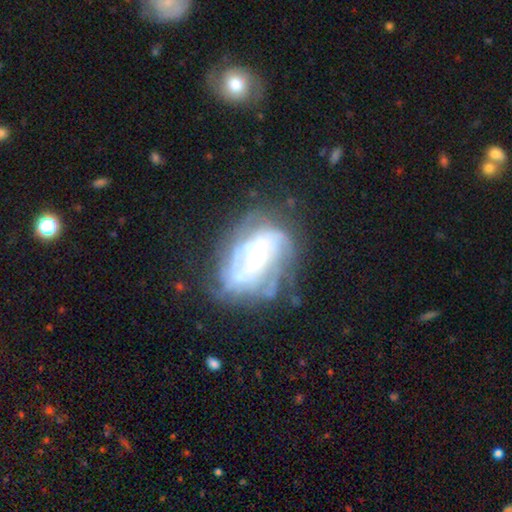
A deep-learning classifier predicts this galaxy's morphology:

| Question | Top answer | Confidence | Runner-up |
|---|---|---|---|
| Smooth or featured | featured or disk | 79% | smooth (13%) |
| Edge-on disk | no | 96% | yes (4%) |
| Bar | no | 57% | weak (32%) |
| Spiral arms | yes | 81% | no (19%) |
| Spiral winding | tight | 48% | medium (36%) |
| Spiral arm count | can't tell | 43% | 2 (21%) |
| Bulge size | moderate | 47% | small (25%) |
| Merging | none | 54% | minor disturbance (23%) |